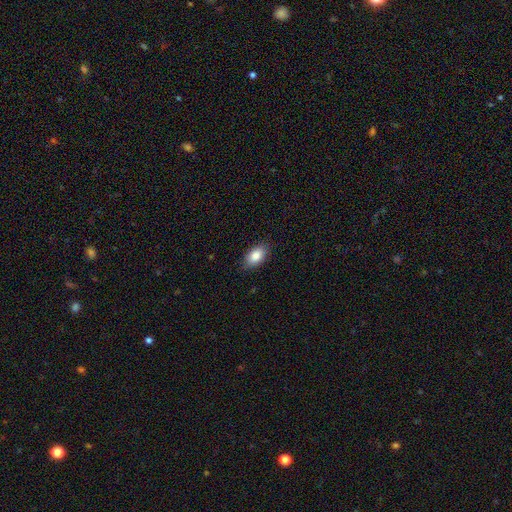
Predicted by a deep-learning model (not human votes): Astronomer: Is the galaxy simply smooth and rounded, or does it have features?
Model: smooth — 85%.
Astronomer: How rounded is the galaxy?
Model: in between — 91%.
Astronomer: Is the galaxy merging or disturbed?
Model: none — 86%.